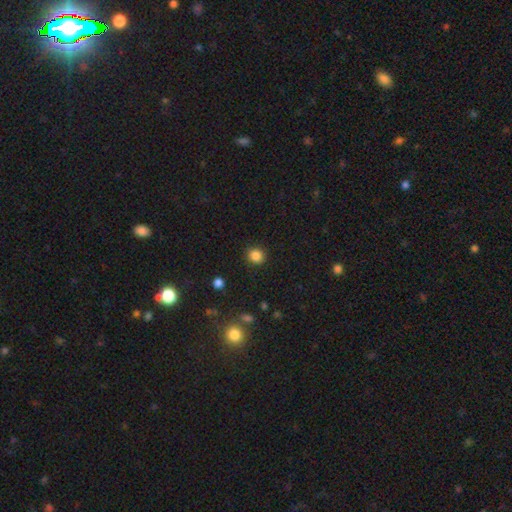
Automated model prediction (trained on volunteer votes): Smooth or featured? Predicted: smooth (p=0.85). How rounded? Predicted: round (p=0.84). Merging? Predicted: none (p=0.90).